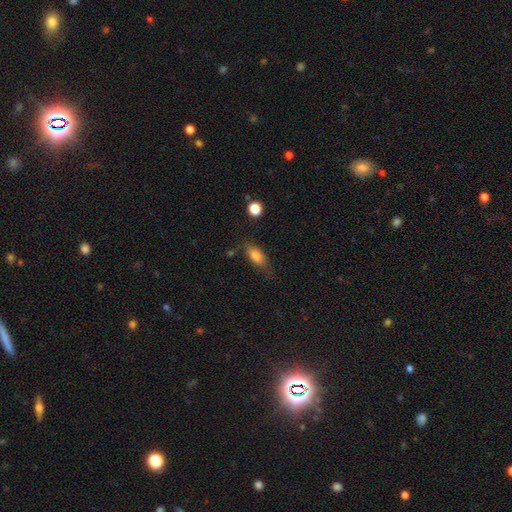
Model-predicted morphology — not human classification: Smooth or featured: smooth — 79% (featured or disk — 13%)
How rounded: in between — 83% (cigar-shaped — 12%)
Merging: none — 66% (minor disturbance — 23%)